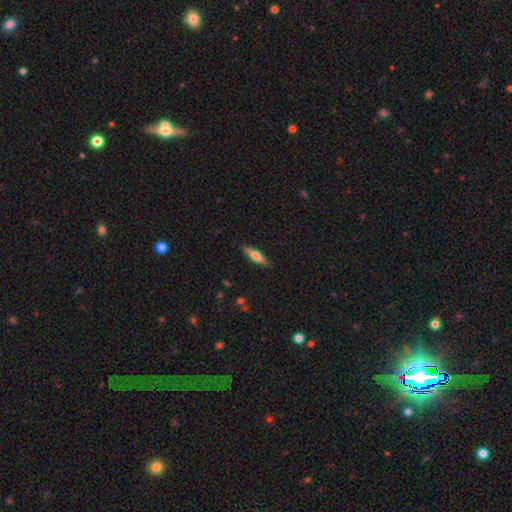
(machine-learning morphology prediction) This is likely a smooth galaxy (62%). How rounded: likely cigar-shaped (62%). Merging: clearly none (87%).